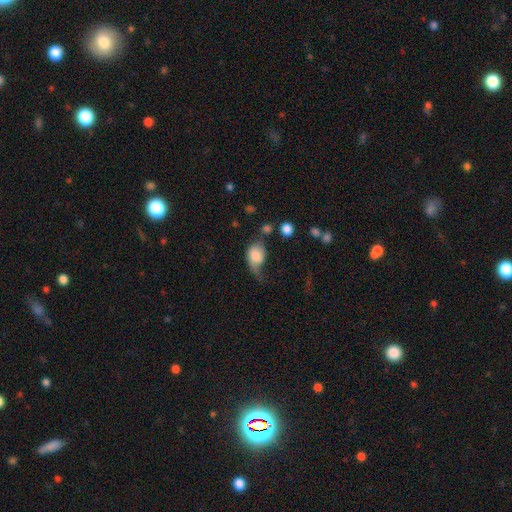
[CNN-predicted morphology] Smooth or featured? smooth (72%)
How rounded? in between (69%)
Merging? major disturbance (44%)